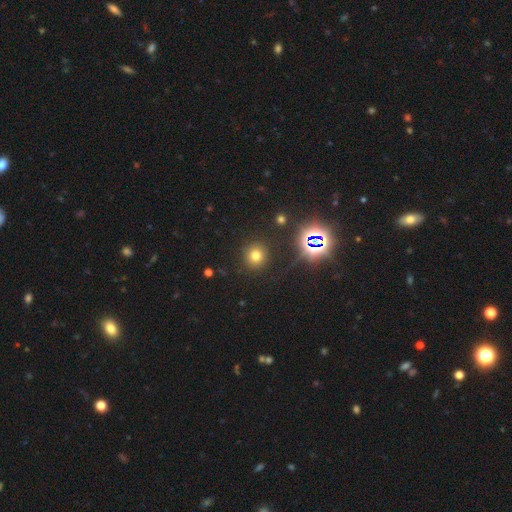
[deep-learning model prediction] smooth 70%, star or artifact 23%, featured or disk 8%. Down the decision tree: how rounded — round (90%); merging — none (88%).